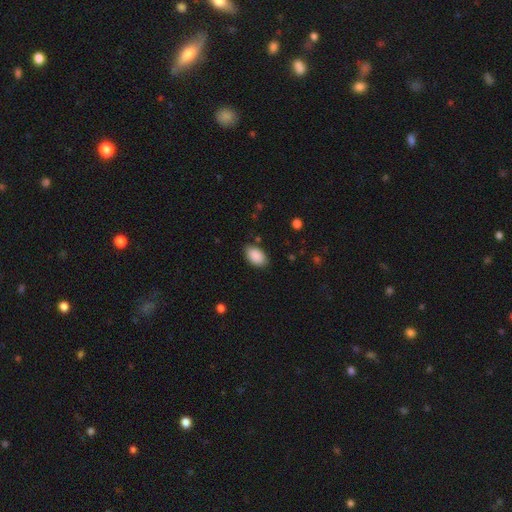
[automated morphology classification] smooth 89%, star or artifact 7%, featured or disk 4%. Down the decision tree: how rounded — in between (92%); merging — none (83%).